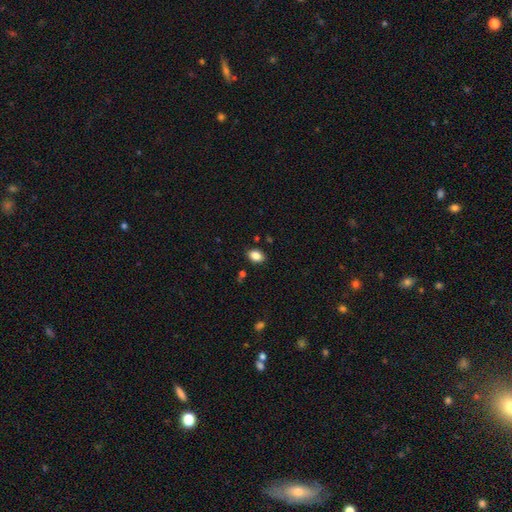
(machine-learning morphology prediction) Q: Smooth or featured?
A: smooth (86%); runner-up: star or artifact (9%)
Q: How rounded?
A: in between (82%); runner-up: round (17%)
Q: Merging?
A: none (86%); runner-up: minor disturbance (9%)